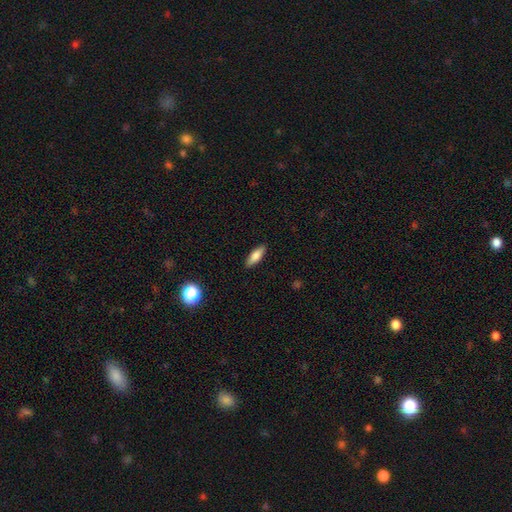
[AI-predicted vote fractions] Q: Smooth or featured?
A: smooth (77%); runner-up: featured or disk (16%)
Q: How rounded?
A: in between (58%); runner-up: cigar-shaped (40%)
Q: Merging?
A: none (89%); runner-up: minor disturbance (8%)